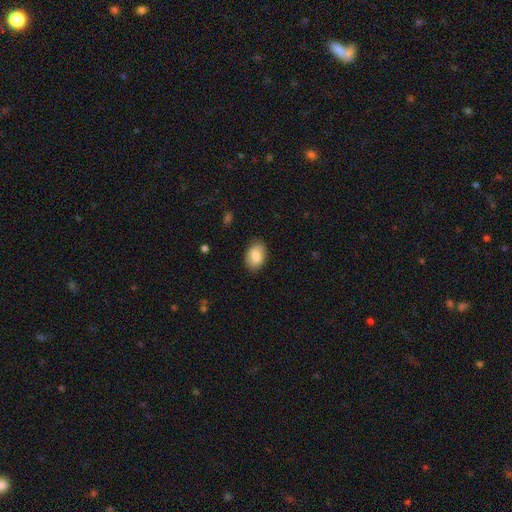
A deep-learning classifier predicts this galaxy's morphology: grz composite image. It shows a smooth galaxy with no disk features (83%) that is in between round and cigar-shaped (86%). Merging: none (84%).